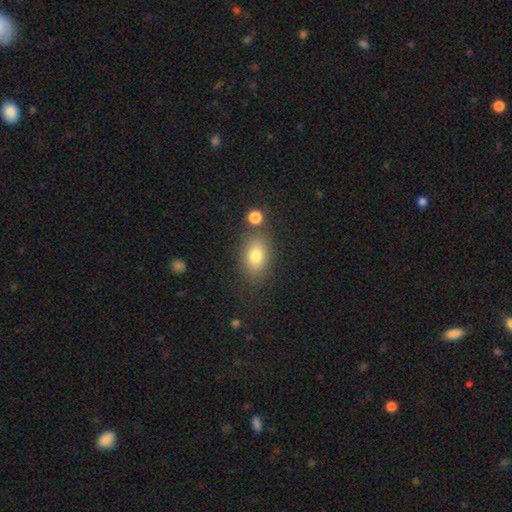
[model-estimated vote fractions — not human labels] smooth_or_featured: smooth (p=0.79) [alt: featured or disk p=0.11]
how_rounded: in between (p=0.82) [alt: round p=0.15]
merging: none (p=0.76) [alt: minor disturbance p=0.13]